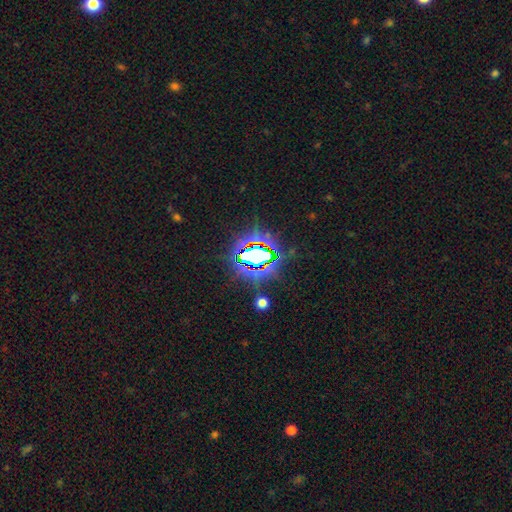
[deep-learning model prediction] star or artifact 74%, smooth 14%, featured or disk 12%.